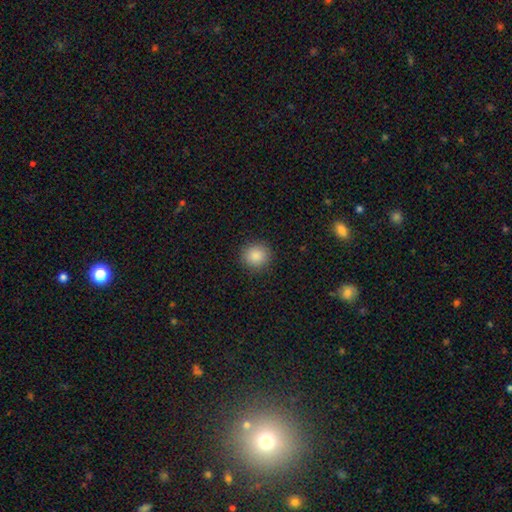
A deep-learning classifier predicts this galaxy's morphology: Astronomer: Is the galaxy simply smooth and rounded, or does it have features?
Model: smooth — 87%.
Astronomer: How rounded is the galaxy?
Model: round — 91%.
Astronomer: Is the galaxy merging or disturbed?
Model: none — 91%.